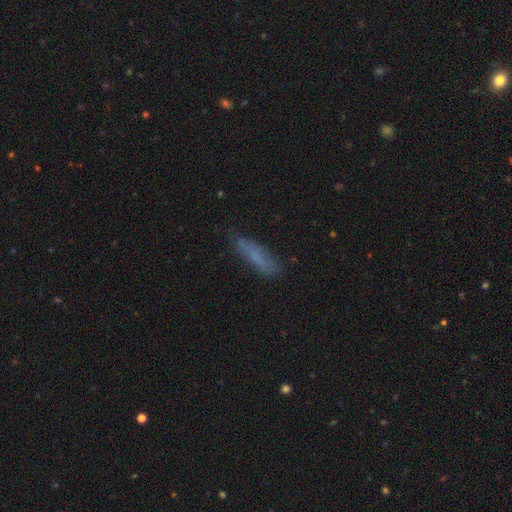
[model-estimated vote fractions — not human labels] This appears to be a smooth galaxy with no disk features (67%) that is cigar-shaped (77%). Merging: none (75%).